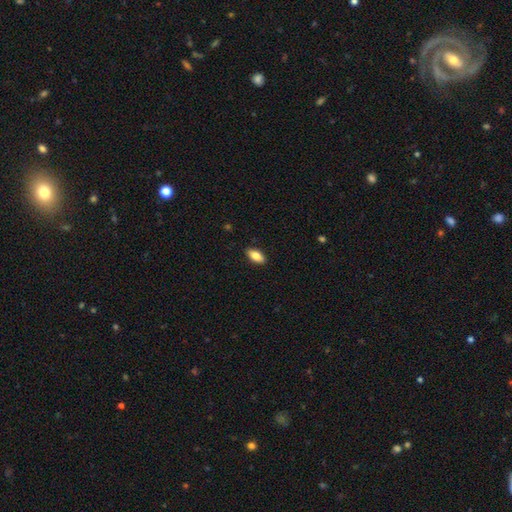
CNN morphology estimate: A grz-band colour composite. It shows a smooth galaxy with no disk features (82%) that is in between round and cigar-shaped (90%). Merging: none (89%).